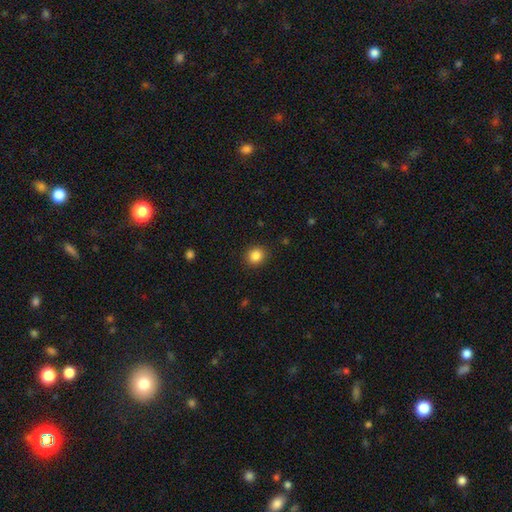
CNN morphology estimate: This is clearly a smooth galaxy (85%). How rounded: clearly round (84%). Merging: clearly none (90%).